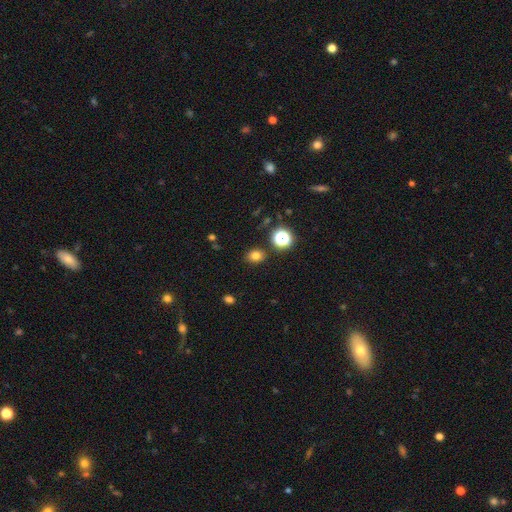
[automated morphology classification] smooth_or_featured: smooth (p=0.76) [alt: star or artifact p=0.18]
how_rounded: round (p=0.54) [alt: in between p=0.45]
merging: none (p=0.86) [alt: minor disturbance p=0.08]